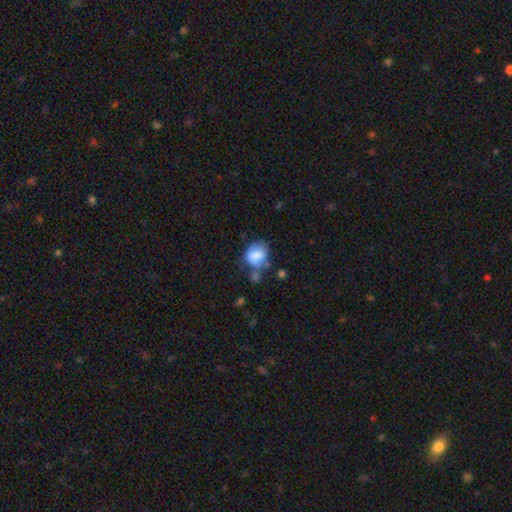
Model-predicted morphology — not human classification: Smooth or featured? Predicted: smooth (p=0.77). How rounded? Predicted: round (p=0.54). Merging? Predicted: none (p=0.41).